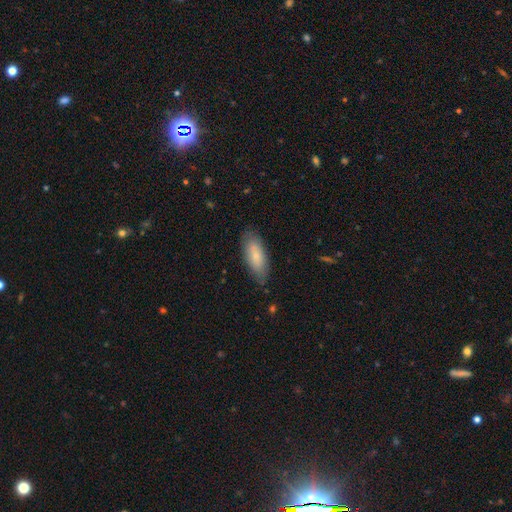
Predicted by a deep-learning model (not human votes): Smooth or featured: smooth — 77% (featured or disk — 17%)
How rounded: in between — 78% (cigar-shaped — 20%)
Merging: none — 79% (minor disturbance — 16%)